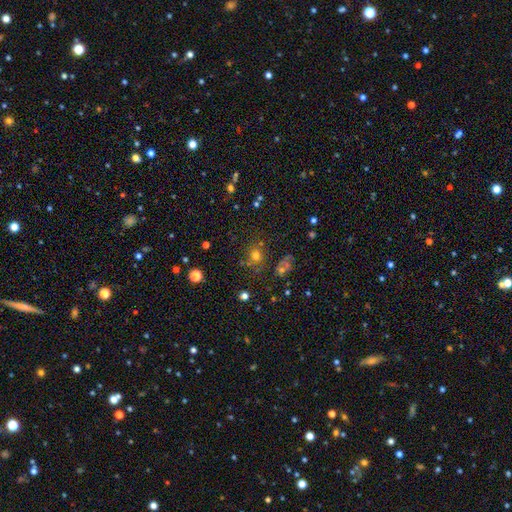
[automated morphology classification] A smooth galaxy with no disk features (66%) that is round (80%). Merging: none (71%).